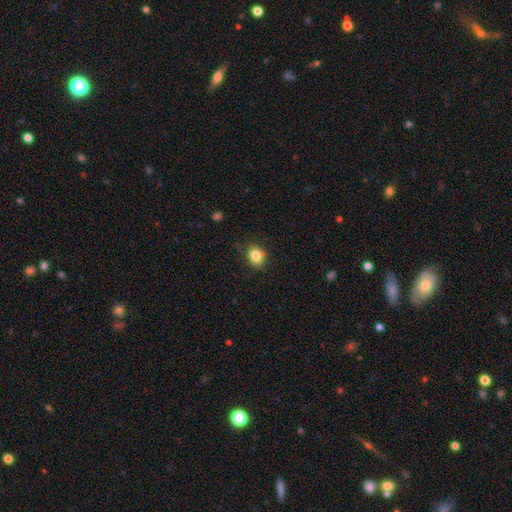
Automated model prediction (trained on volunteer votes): smooth 83%, star or artifact 10%, featured or disk 6%. Down the decision tree: how rounded — round (55%); merging — none (79%).